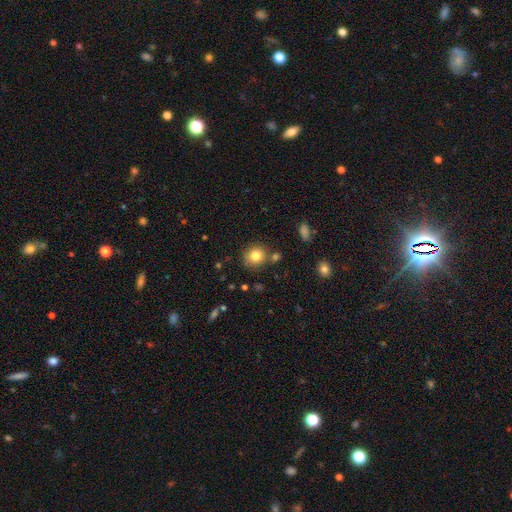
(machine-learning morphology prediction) Q: Smooth or featured?
A: smooth (81%); runner-up: star or artifact (11%)
Q: How rounded?
A: round (85%); runner-up: in between (14%)
Q: Merging?
A: none (77%); runner-up: minor disturbance (12%)